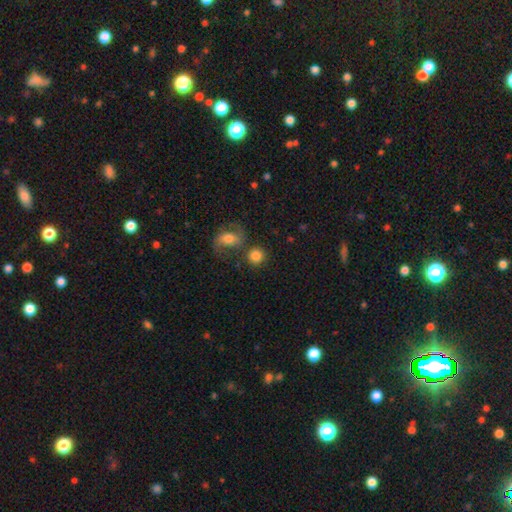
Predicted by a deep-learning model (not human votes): This is clearly a smooth galaxy (82%). How rounded: clearly round (87%). Merging: likely none (69%).